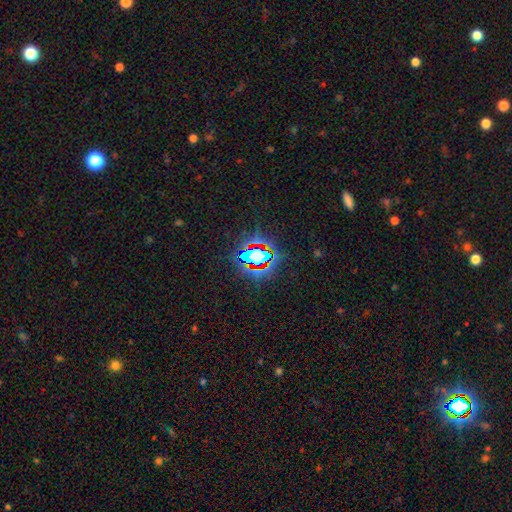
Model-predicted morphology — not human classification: A star or artifact, not a galaxy (71%).